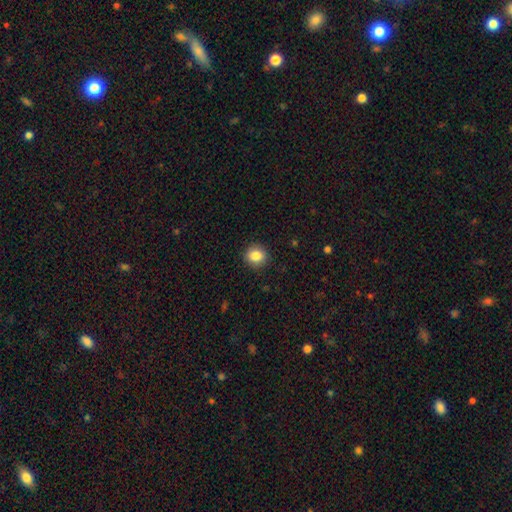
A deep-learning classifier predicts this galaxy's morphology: Smooth or featured: smooth — 85% (star or artifact — 9%)
How rounded: round — 85% (in between — 14%)
Merging: none — 91% (minor disturbance — 6%)